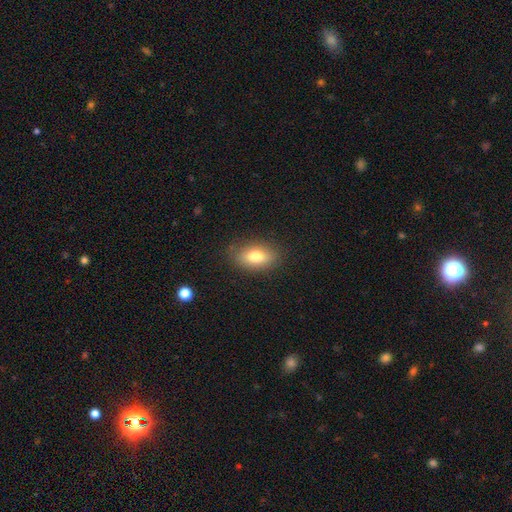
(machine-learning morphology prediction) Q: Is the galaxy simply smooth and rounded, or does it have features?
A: smooth — 74%.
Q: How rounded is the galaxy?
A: in between — 83%.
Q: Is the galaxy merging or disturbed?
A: none — 84%.